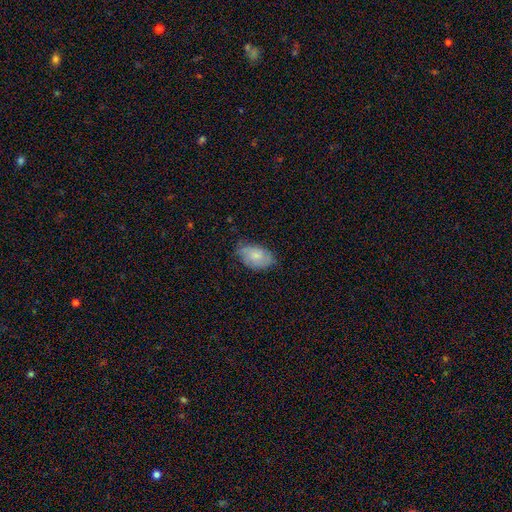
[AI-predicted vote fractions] smooth 71%, featured or disk 22%, star or artifact 7%. Down the decision tree: how rounded — in between (92%); merging — none (62%).